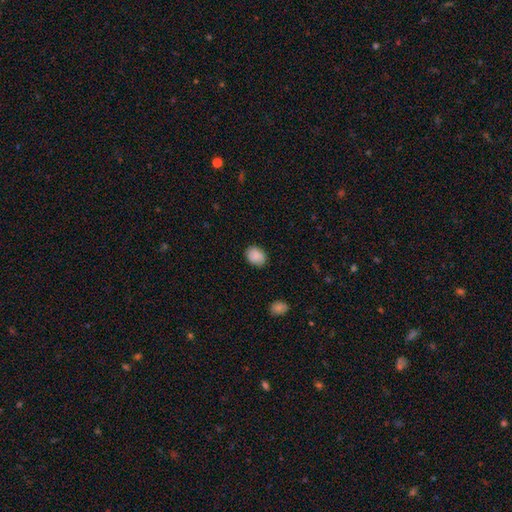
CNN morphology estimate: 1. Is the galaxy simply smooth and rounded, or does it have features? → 89% smooth, 7% star or artifact, 4% featured or disk.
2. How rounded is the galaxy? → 65% in between, 34% round, 1% cigar-shaped.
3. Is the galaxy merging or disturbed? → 86% none, 11% minor disturbance, 2% major disturbance, 1% merger.